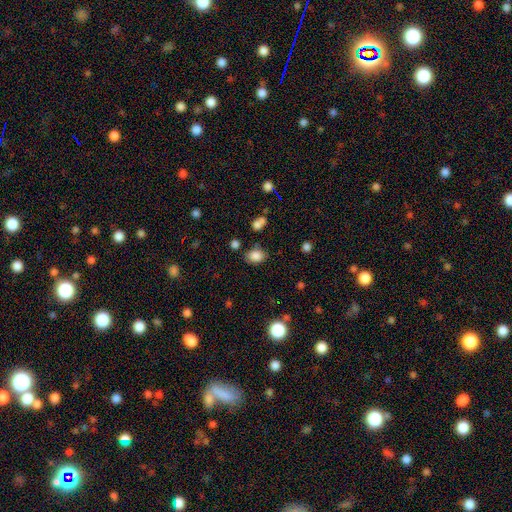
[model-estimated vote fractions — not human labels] A smooth galaxy with no disk features (84%) that is in between round and cigar-shaped (65%).

Vote fractions:
- Smooth or featured? smooth: 84% / star or artifact: 11% / featured or disk: 5%
- How rounded? in between: 65% / round: 33% / cigar-shaped: 1%
- Merging? none: 77% / minor disturbance: 15% / merger: 4% / major disturbance: 4%